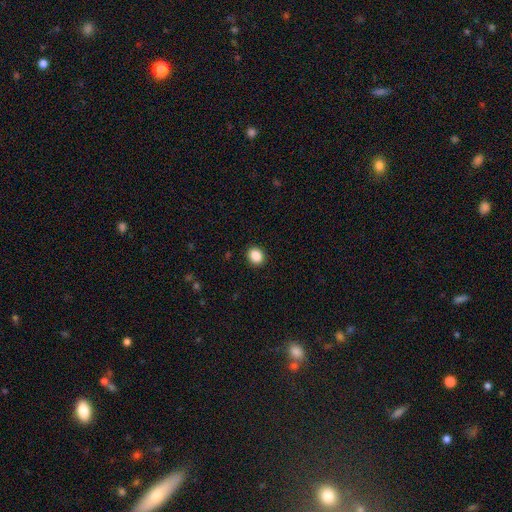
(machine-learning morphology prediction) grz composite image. It shows a smooth galaxy with no disk features (88%) that is round (58%). Merging: none (91%).